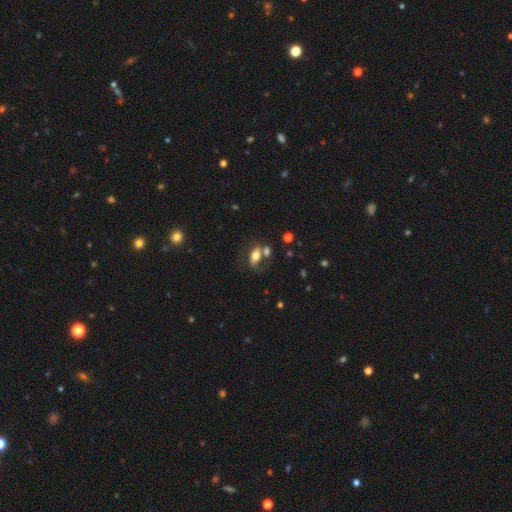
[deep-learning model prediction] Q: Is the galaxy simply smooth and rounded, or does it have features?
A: smooth — 69%.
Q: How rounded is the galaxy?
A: in between — 86%.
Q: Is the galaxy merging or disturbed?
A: none — 47%.